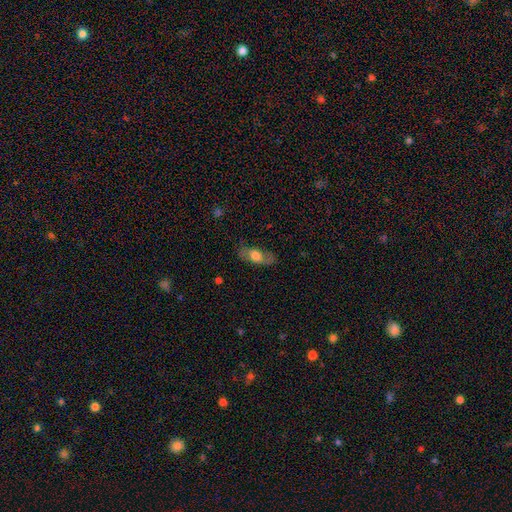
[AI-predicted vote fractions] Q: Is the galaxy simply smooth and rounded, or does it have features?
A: smooth — 57%.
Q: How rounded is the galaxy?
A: in between — 78%.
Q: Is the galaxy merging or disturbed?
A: none — 74%.